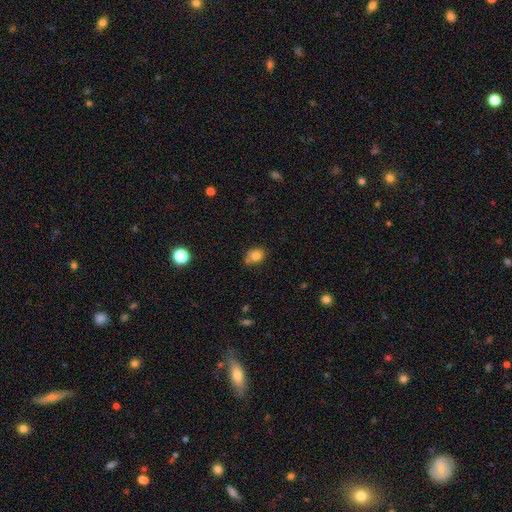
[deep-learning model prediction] smooth-or-featured: smooth: 80% | star or artifact: 12% | featured or disk: 9%
  how-rounded: round: 67% | in between: 32% | cigar-shaped: 1%
  merging: none: 58% | minor disturbance: 22% | merger: 15% | major disturbance: 5%